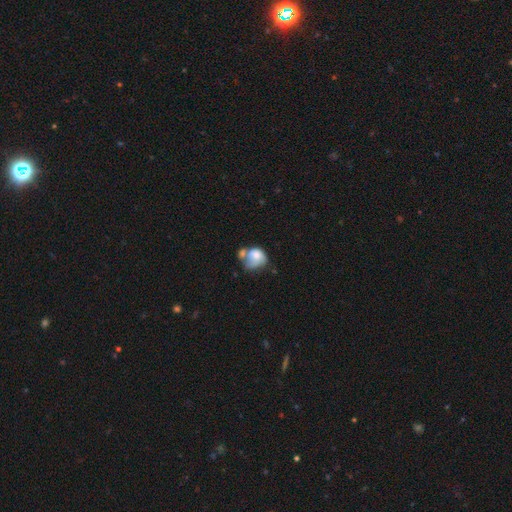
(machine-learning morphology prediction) smooth-or-featured: smooth: 60% | featured or disk: 32% | star or artifact: 8%
  how-rounded: round: 56% | in between: 43% | cigar-shaped: 1%
  merging: merger: 44% | none: 20% | major disturbance: 19% | minor disturbance: 18%